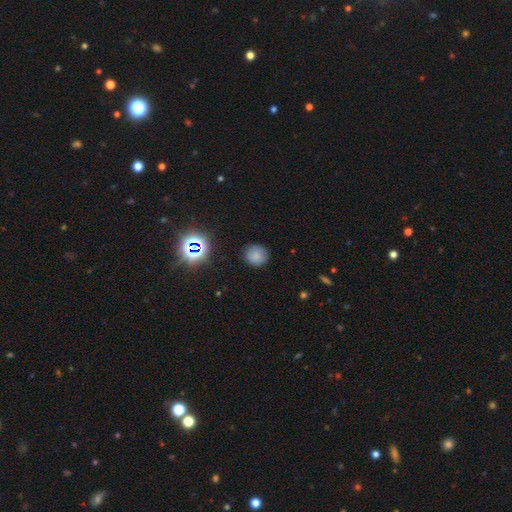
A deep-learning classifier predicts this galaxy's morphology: A smooth galaxy with no disk features (76%) that is round (89%). Merging: none (86%).